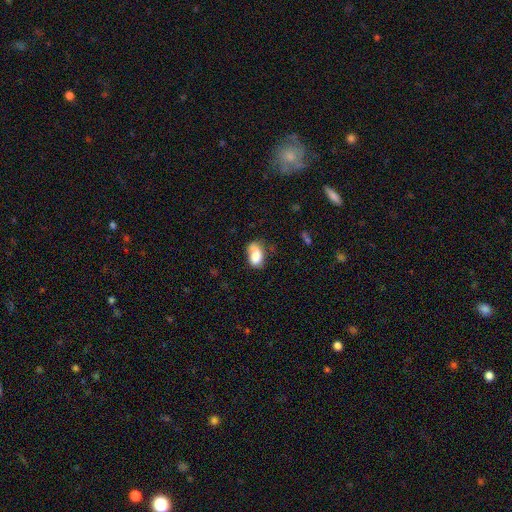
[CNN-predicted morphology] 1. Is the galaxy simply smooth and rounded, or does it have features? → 75% smooth, 17% featured or disk, 8% star or artifact.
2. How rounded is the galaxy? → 88% in between, 10% round, 2% cigar-shaped.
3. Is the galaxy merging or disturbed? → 42% none, 31% minor disturbance, 18% major disturbance, 9% merger.